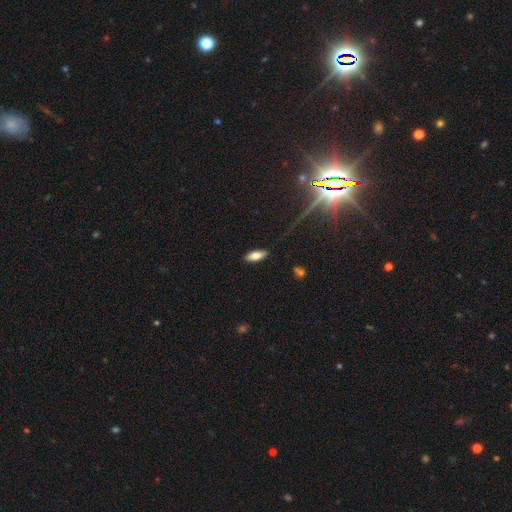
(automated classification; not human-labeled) smooth 75%, featured or disk 17%, star or artifact 8%. Down the decision tree: how rounded — in between (73%); merging — none (88%).